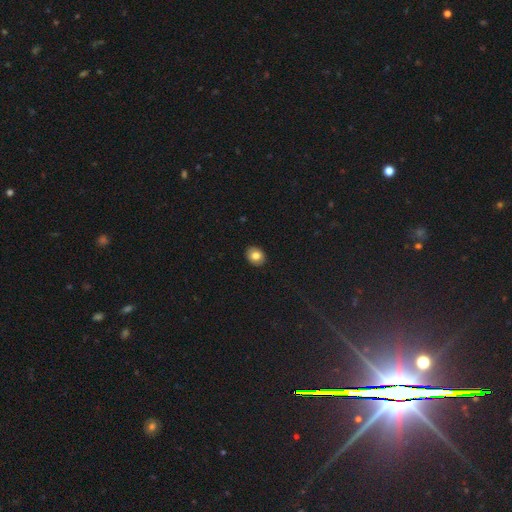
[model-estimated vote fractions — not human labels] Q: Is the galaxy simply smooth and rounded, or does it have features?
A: smooth — 79%.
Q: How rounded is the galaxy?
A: round — 59%.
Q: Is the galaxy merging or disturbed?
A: none — 91%.